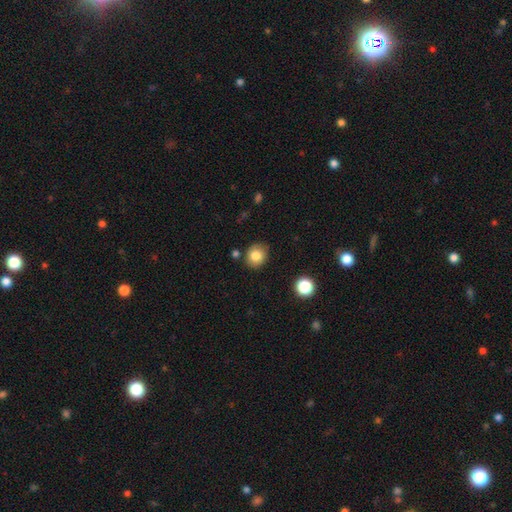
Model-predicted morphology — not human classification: A smooth galaxy with no disk features (82%) that is round (72%).

Vote fractions:
- Smooth or featured? smooth: 82% / star or artifact: 10% / featured or disk: 8%
- How rounded? round: 72% / in between: 27% / cigar-shaped: 1%
- Merging? none: 84% / minor disturbance: 10% / merger: 4% / major disturbance: 2%